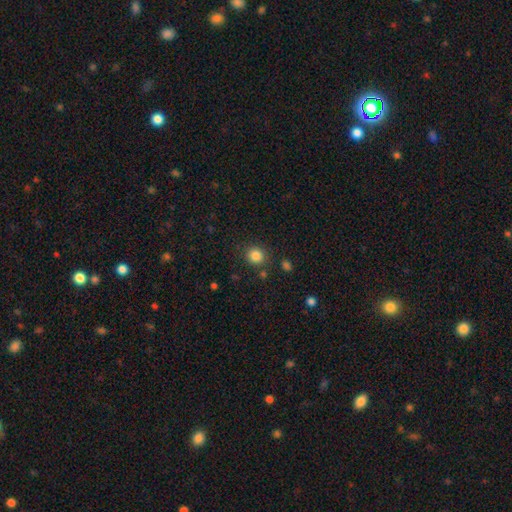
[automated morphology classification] A smooth galaxy with no disk features (85%) that is round (88%).

Vote fractions:
- Smooth or featured? smooth: 85% / star or artifact: 11% / featured or disk: 4%
- How rounded? round: 88% / in between: 11% / cigar-shaped: 1%
- Merging? none: 86% / minor disturbance: 8% / merger: 3% / major disturbance: 3%